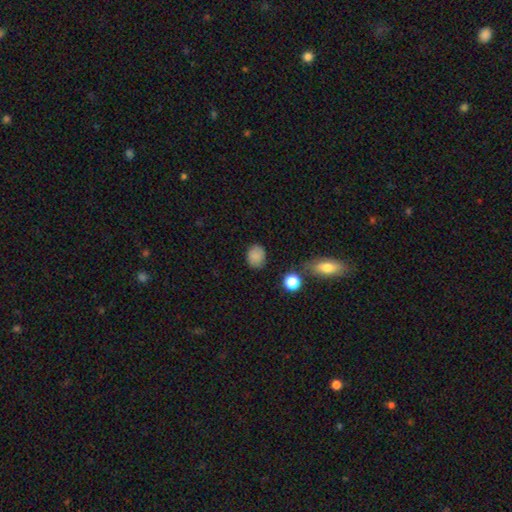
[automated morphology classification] A smooth galaxy with no disk features (85%) that is round (53%). Merging: none (80%).